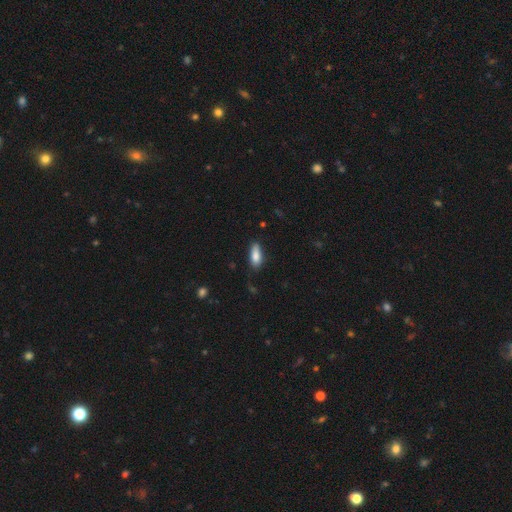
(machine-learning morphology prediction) This appears to be a smooth galaxy with no disk features (85%) that is in between round and cigar-shaped (77%). Merging: none (74%).